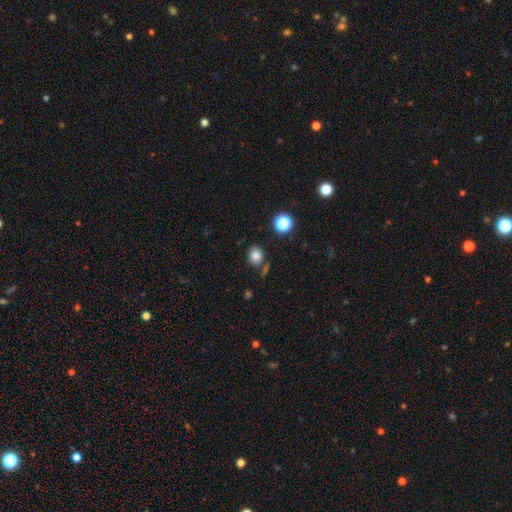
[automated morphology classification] smooth 80%, star or artifact 13%, featured or disk 7%. Down the decision tree: how rounded — round (69%); merging — none (77%).